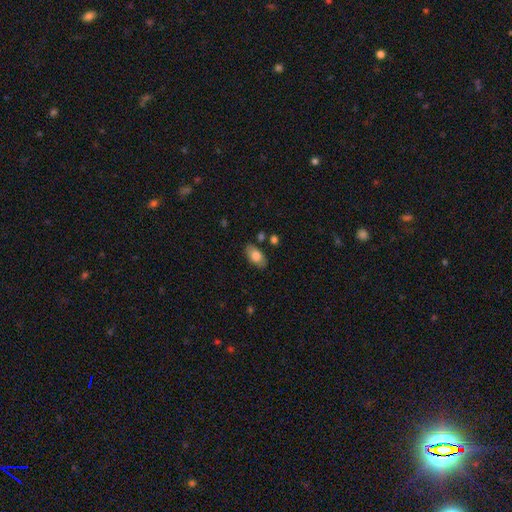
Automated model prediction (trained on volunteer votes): A smooth galaxy with no disk features (74%) that is in between round and cigar-shaped (92%). Merging: none (80%).